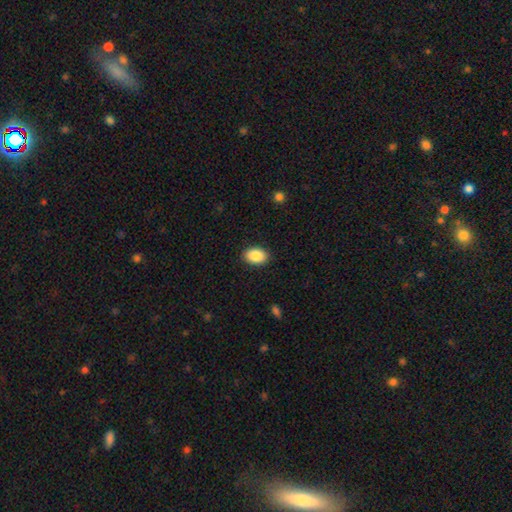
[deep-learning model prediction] smooth 89%, star or artifact 7%, featured or disk 5%. Down the decision tree: how rounded — in between (83%); merging — none (89%).